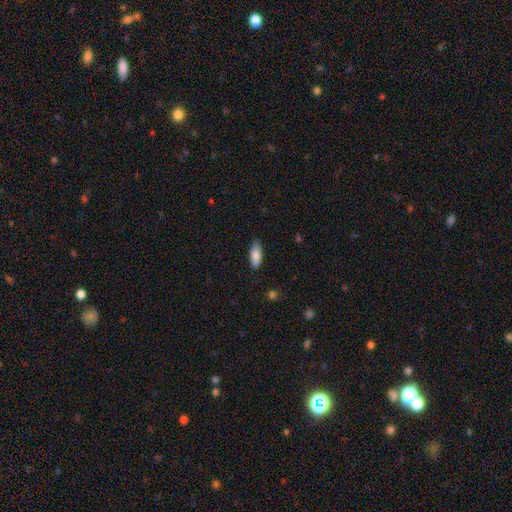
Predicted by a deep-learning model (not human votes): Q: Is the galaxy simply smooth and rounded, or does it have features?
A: smooth — 84%.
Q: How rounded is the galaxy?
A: in between — 71%.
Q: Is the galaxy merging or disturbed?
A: none — 84%.